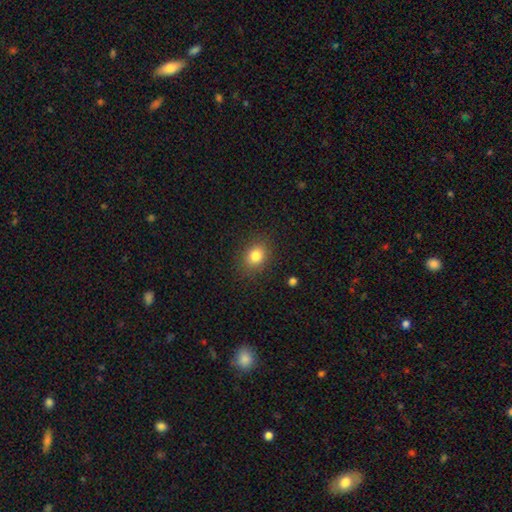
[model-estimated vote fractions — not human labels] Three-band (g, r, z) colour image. It shows a smooth galaxy with no disk features (81%) that is round (51%). Merging: none (86%).